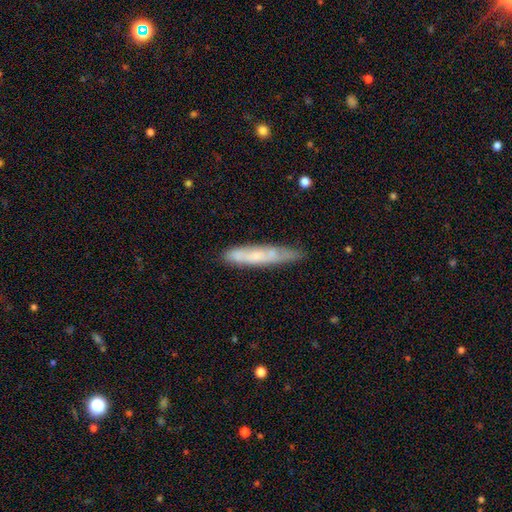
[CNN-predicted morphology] A smooth galaxy with no disk features (47%).

Vote fractions:
- Smooth or featured? smooth: 47% / featured or disk: 46% / star or artifact: 7%
- Merging? none: 69% / minor disturbance: 23% / major disturbance: 5% / merger: 3%